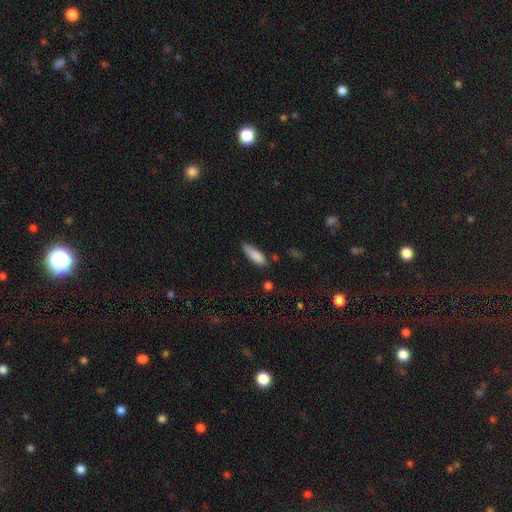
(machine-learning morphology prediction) smooth-or-featured: smooth: 85% | featured or disk: 8% | star or artifact: 7%
  how-rounded: in between: 59% | cigar-shaped: 39% | round: 2%
  merging: none: 60% | minor disturbance: 30% | major disturbance: 6% | merger: 4%